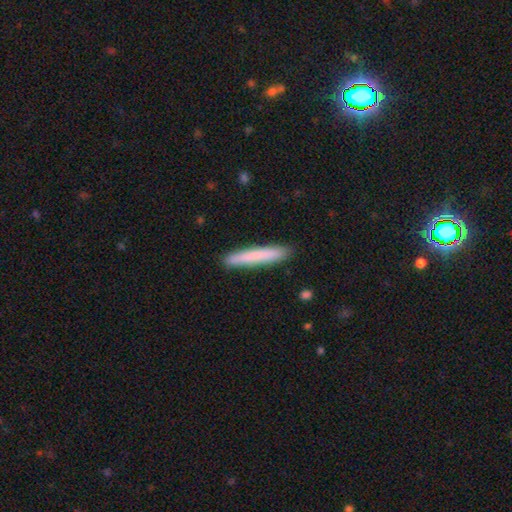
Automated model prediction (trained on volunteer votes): smooth 78%, featured or disk 16%, star or artifact 5%. Down the decision tree: how rounded — cigar-shaped (95%); merging — none (91%).